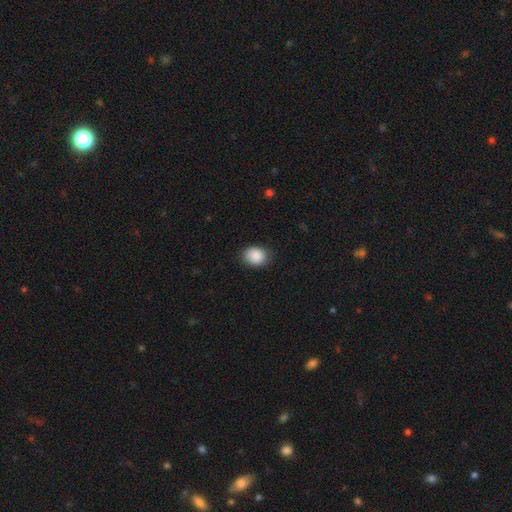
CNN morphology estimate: Smooth or featured: smooth — 88% (star or artifact — 8%)
How rounded: in between — 50% (round — 49%)
Merging: none — 83% (minor disturbance — 14%)